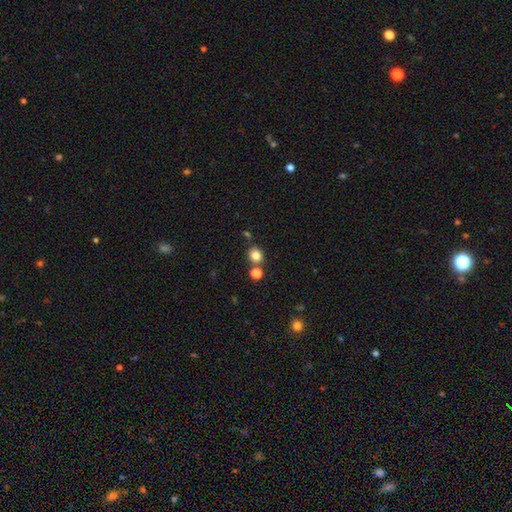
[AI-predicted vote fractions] This is clearly a smooth galaxy (80%). How rounded: likely round (78%). Merging: likely none (75%).